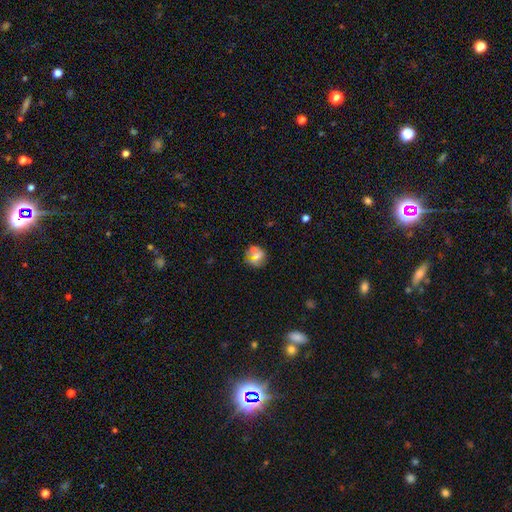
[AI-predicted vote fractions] A smooth galaxy with no disk features (61%) that is round (90%).

Vote fractions:
- Smooth or featured? smooth: 61% / star or artifact: 20% / featured or disk: 19%
- How rounded? round: 90% / in between: 8% / cigar-shaped: 1%
- Merging? none: 77% / minor disturbance: 11% / merger: 8% / major disturbance: 4%